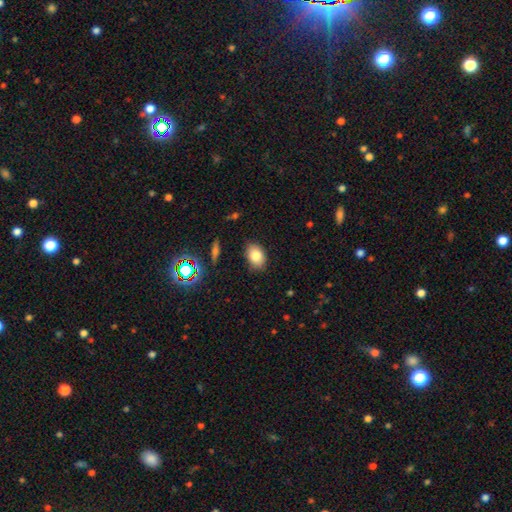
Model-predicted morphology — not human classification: Smooth or featured? smooth (80%)
How rounded? in between (82%)
Merging? none (85%)